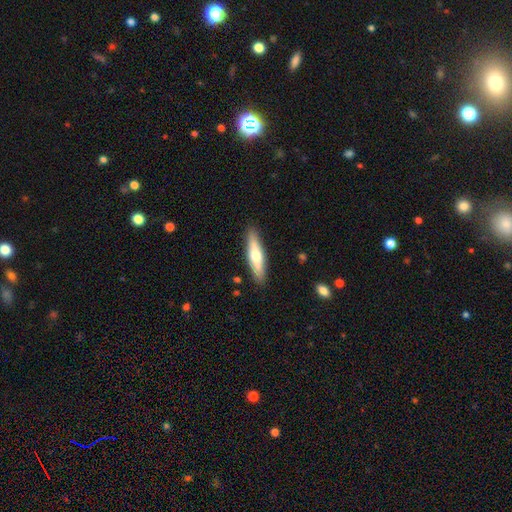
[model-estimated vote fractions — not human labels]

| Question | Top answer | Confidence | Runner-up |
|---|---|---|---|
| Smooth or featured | smooth | 53% | featured or disk (41%) |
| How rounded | cigar-shaped | 74% | in between (24%) |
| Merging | none | 88% | minor disturbance (9%) |